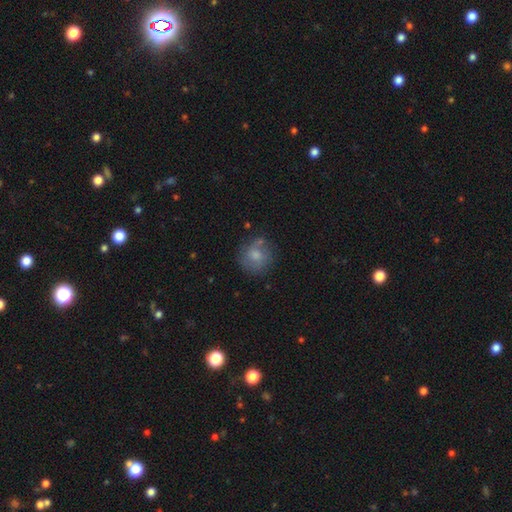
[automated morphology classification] Smooth or featured?
  - smooth: 65% *
  - featured or disk: 27%
  - star or artifact: 8%
How rounded?
  - round: 85% *
  - in between: 14%
  - cigar-shaped: 1%
Merging?
  - none: 64% *
  - minor disturbance: 21%
  - major disturbance: 9%
  - merger: 6%